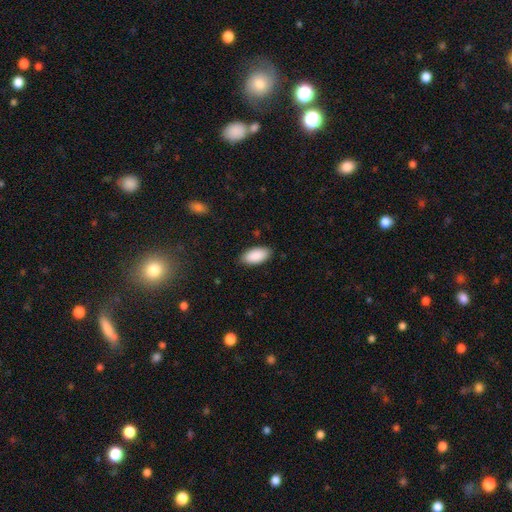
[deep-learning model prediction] smooth_or_featured: smooth (p=0.90) [alt: star or artifact p=0.06]
how_rounded: in between (p=0.94) [alt: cigar-shaped p=0.04]
merging: none (p=0.86) [alt: minor disturbance p=0.11]